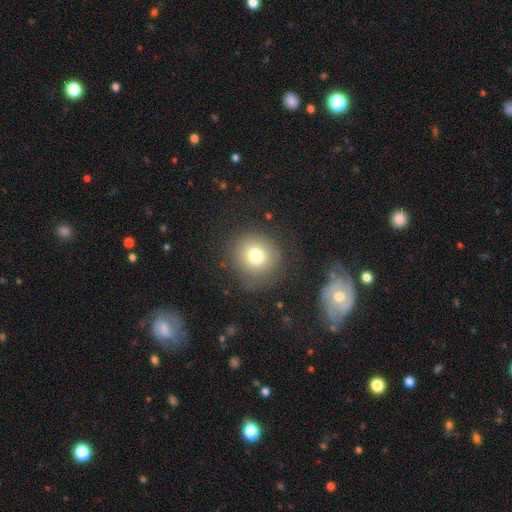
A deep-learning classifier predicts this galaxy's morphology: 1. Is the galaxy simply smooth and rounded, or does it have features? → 77% smooth, 12% star or artifact, 11% featured or disk.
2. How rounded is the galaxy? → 89% round, 10% in between, 1% cigar-shaped.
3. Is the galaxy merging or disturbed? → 81% none, 12% minor disturbance, 5% major disturbance, 2% merger.